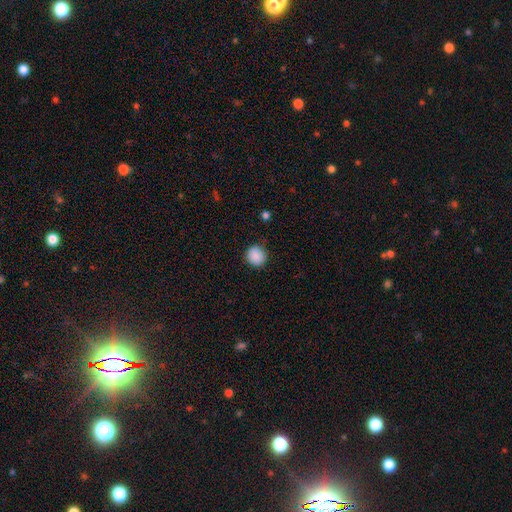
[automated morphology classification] Smooth or featured: smooth — 89% (star or artifact — 8%)
How rounded: round — 86% (in between — 13%)
Merging: none — 87% (minor disturbance — 9%)